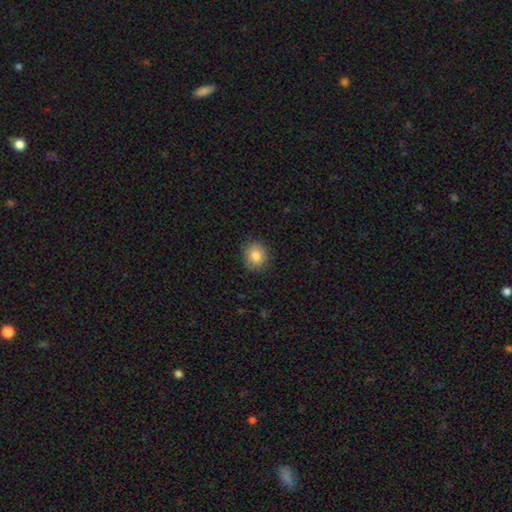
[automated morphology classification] Overall: smooth (84%). How rounded: round (72%). Merging: none (85%).